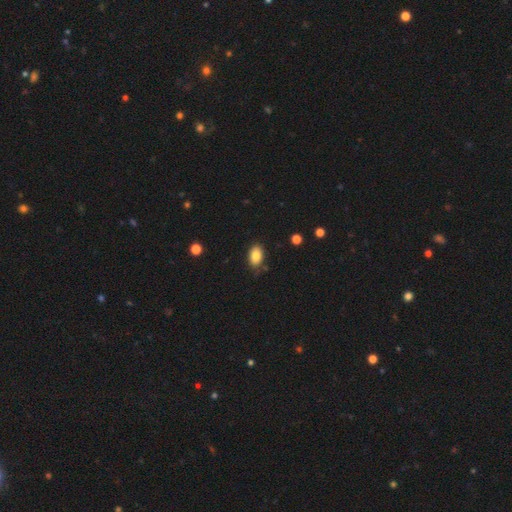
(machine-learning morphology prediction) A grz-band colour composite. It shows a smooth galaxy with no disk features (85%) that is in between round and cigar-shaped (90%). Merging: none (78%).